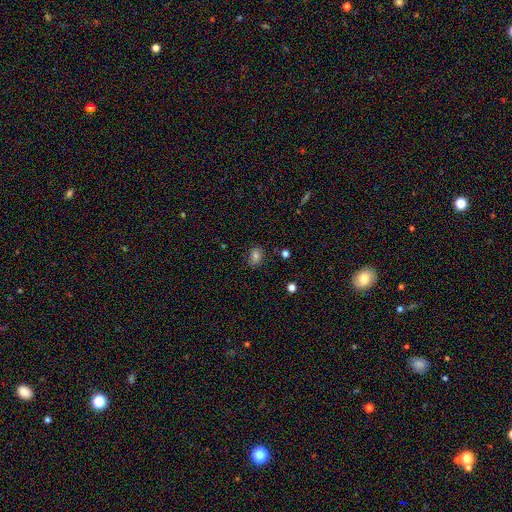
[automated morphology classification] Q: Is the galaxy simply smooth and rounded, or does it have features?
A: smooth — 70%.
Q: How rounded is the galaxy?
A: in between — 57%.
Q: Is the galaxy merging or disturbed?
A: none — 79%.